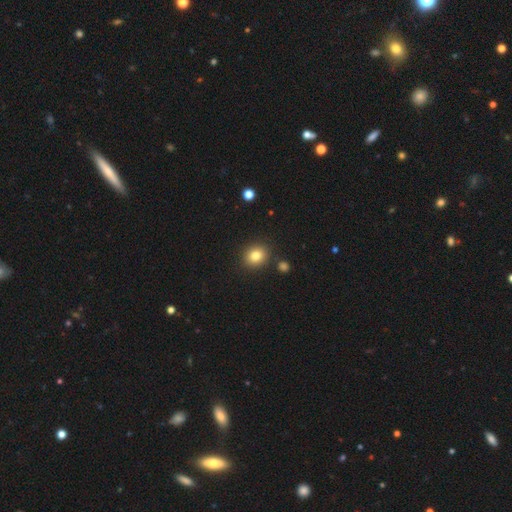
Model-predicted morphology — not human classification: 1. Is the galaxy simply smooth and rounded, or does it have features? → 82% smooth, 11% star or artifact, 7% featured or disk.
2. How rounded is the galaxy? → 71% round, 28% in between, 1% cigar-shaped.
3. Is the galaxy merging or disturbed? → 87% none, 7% minor disturbance, 4% merger, 2% major disturbance.